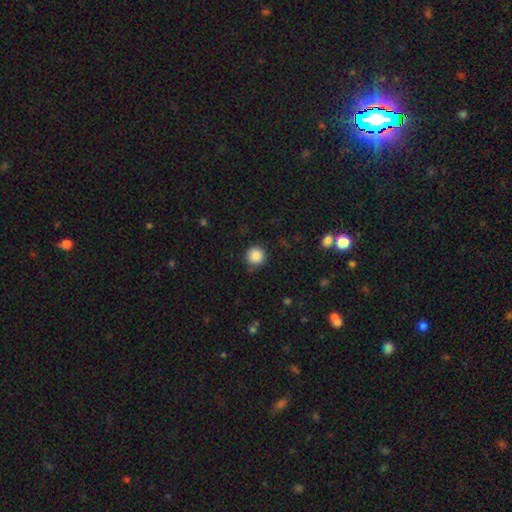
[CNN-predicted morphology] Overall: smooth (87%). How rounded: round (95%). Merging: none (86%).